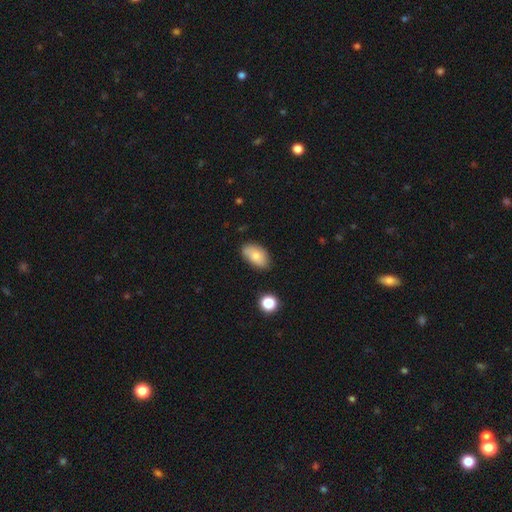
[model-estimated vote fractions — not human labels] Smooth or featured? Predicted: smooth (p=0.77). How rounded? Predicted: in between (p=0.92). Merging? Predicted: none (p=0.73).